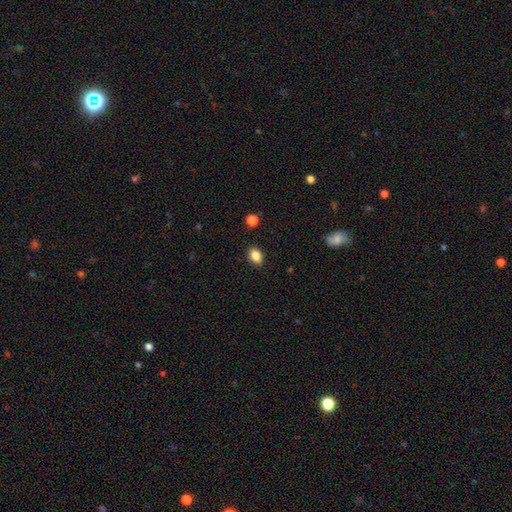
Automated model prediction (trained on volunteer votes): smooth-or-featured: smooth: 85% | star or artifact: 10% | featured or disk: 5%
  how-rounded: in between: 76% | round: 23% | cigar-shaped: 1%
  merging: none: 88% | minor disturbance: 8% | major disturbance: 2% | merger: 1%